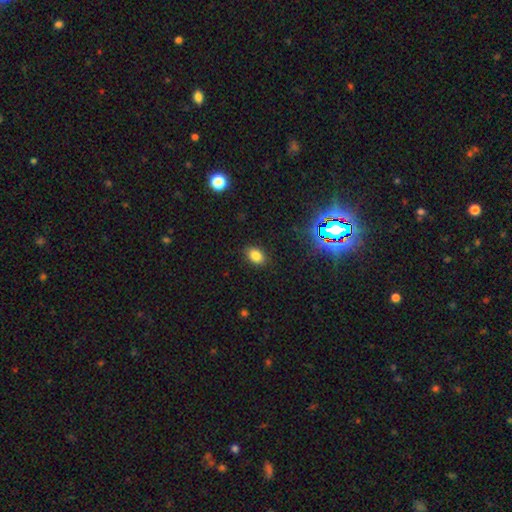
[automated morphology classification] A smooth galaxy with no disk features (80%) that is in between round and cigar-shaped (79%). Merging: none (88%).